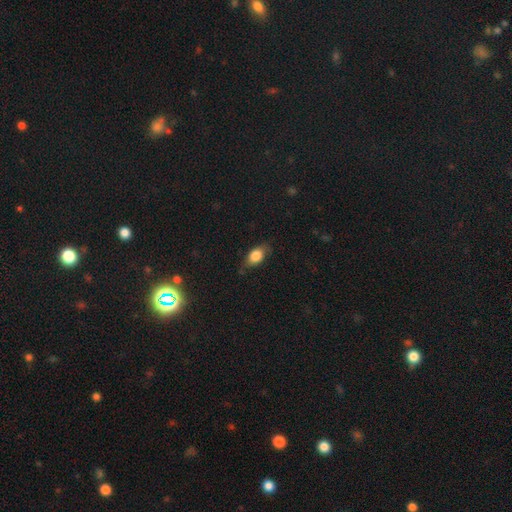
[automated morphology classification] A smooth galaxy with no disk features (79%) that is in between round and cigar-shaped (84%).

Vote fractions:
- Smooth or featured? smooth: 79% / featured or disk: 13% / star or artifact: 8%
- How rounded? in between: 84% / round: 11% / cigar-shaped: 5%
- Merging? none: 69% / minor disturbance: 24% / major disturbance: 5% / merger: 1%